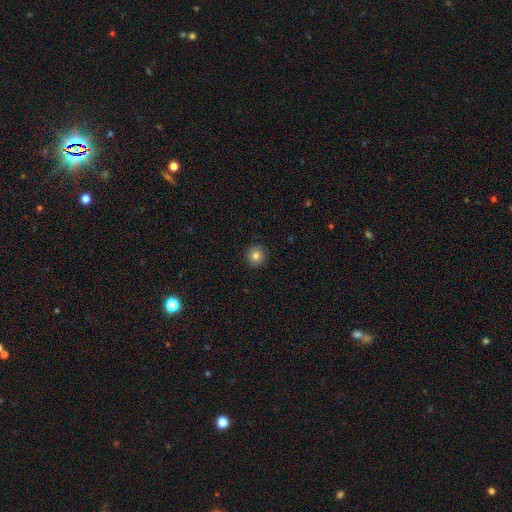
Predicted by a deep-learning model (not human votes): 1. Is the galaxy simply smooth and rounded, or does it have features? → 81% smooth, 10% star or artifact, 9% featured or disk.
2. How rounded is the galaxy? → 94% round, 5% in between, 1% cigar-shaped.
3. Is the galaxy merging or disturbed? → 92% none, 6% minor disturbance, 2% major disturbance, 1% merger.